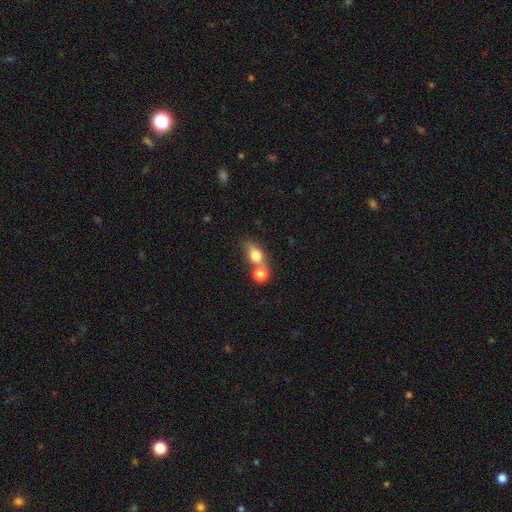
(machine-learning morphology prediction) Smooth or featured: smooth — 72% (featured or disk — 17%)
How rounded: in between — 57% (round — 35%)
Merging: none — 44% (merger — 38%)